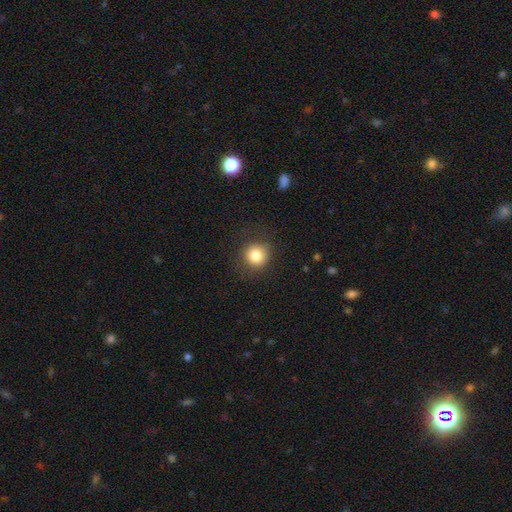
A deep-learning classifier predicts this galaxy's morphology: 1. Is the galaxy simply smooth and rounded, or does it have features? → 82% smooth, 11% star or artifact, 7% featured or disk.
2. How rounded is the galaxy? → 91% round, 8% in between, 1% cigar-shaped.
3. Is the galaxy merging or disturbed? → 86% none, 9% minor disturbance, 4% major disturbance, 1% merger.